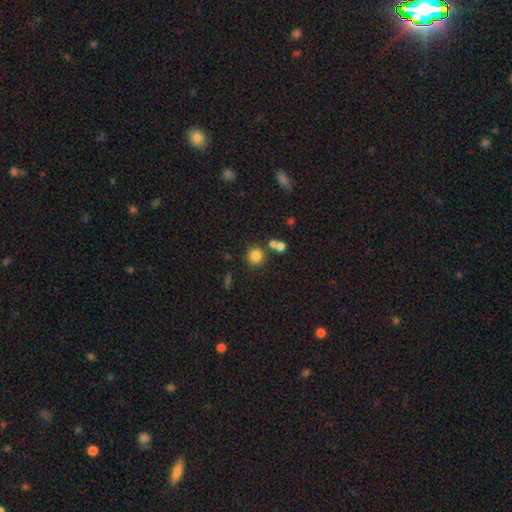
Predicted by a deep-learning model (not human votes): This is clearly a smooth galaxy (82%). How rounded: clearly round (92%). Merging: likely none (74%).